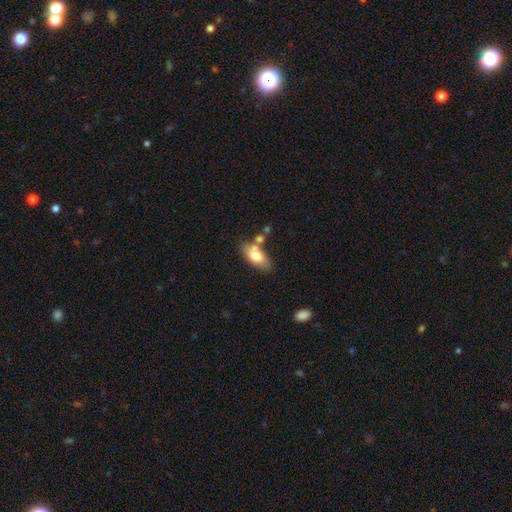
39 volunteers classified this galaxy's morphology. smooth_or_featured: smooth (p=0.74) [alt: featured or disk p=0.21]
how_rounded: in between (p=0.93) [alt: round p=0.03]
merging: none (p=0.57) [alt: merger p=0.24]